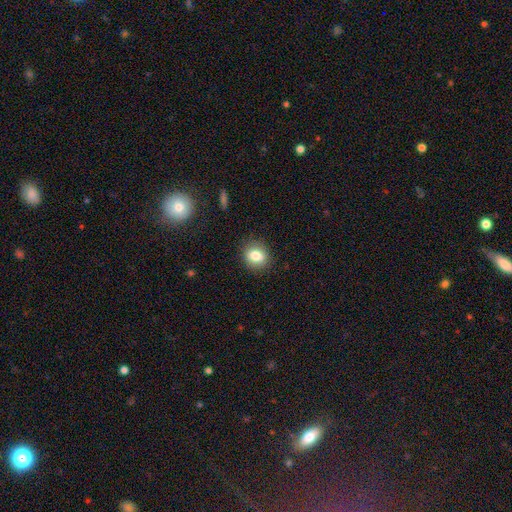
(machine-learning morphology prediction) Q: Smooth or featured?
A: smooth (81%); runner-up: star or artifact (9%)
Q: How rounded?
A: round (63%); runner-up: in between (36%)
Q: Merging?
A: none (87%); runner-up: minor disturbance (9%)